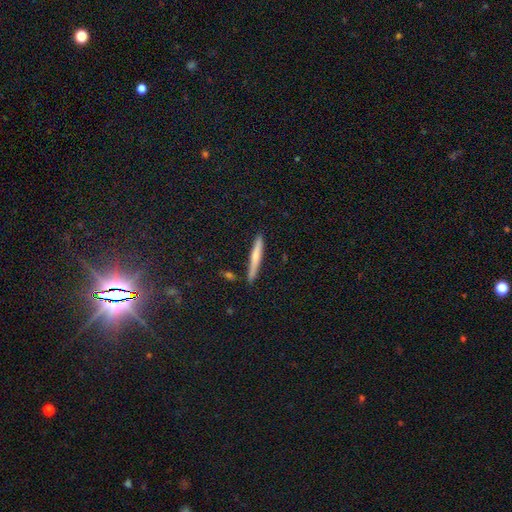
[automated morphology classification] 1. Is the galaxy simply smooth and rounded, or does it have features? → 56% smooth, 37% featured or disk, 7% star or artifact.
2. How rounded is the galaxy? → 95% cigar-shaped, 4% in between, 1% round.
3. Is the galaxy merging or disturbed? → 86% none, 9% minor disturbance, 3% merger, 2% major disturbance.